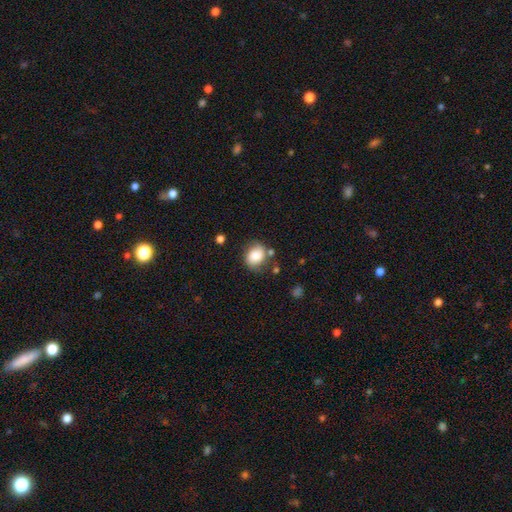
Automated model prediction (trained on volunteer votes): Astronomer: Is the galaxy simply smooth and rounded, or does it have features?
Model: smooth — 77%.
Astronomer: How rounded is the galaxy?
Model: round — 54% (runner-up: in between, 45%).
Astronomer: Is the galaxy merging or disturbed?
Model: none — 66%.